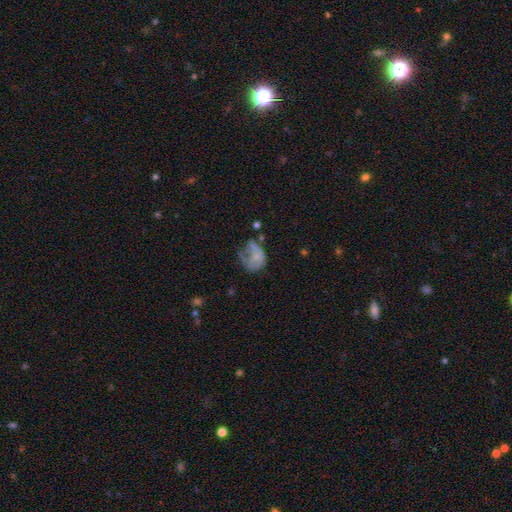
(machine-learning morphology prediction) The model was most divided on "smooth or featured": smooth: 48%, featured or disk: 42%, star or artifact: 10%. Remaining: merging — major disturbance (47%).